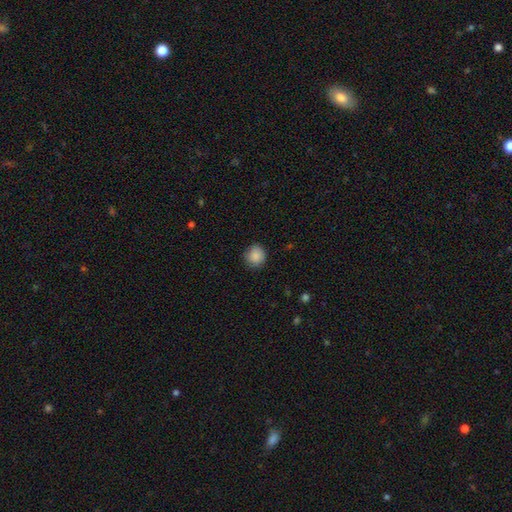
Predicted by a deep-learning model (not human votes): Smooth or featured? Predicted: smooth (p=0.88). How rounded? Predicted: round (p=0.84). Merging? Predicted: none (p=0.83).